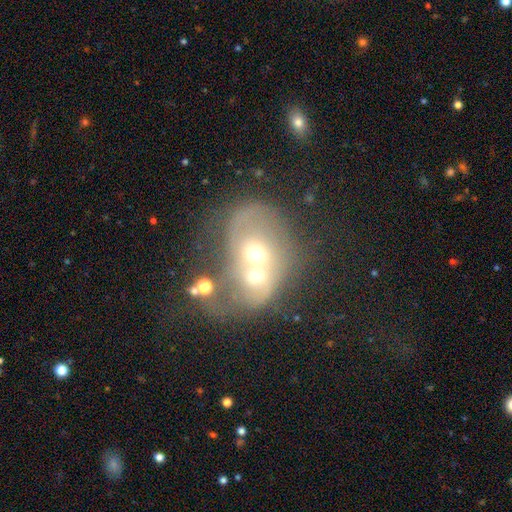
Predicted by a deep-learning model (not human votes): Q: Smooth or featured?
A: featured or disk (46%); runner-up: smooth (41%)
Q: Merging?
A: merger (74%); runner-up: major disturbance (12%)